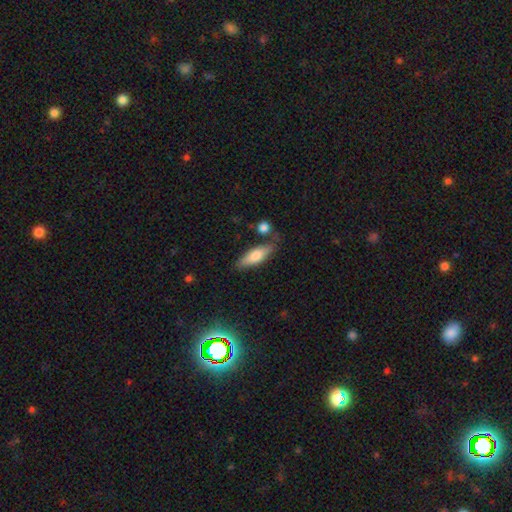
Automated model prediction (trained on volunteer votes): smooth_or_featured: smooth (p=0.70) [alt: featured or disk p=0.24]
how_rounded: in between (p=0.53) [alt: cigar-shaped p=0.45]
merging: none (p=0.72) [alt: minor disturbance p=0.16]